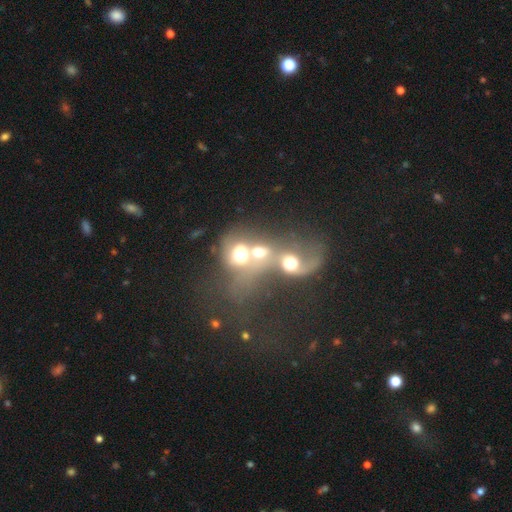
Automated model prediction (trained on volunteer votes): Smooth or featured: featured or disk — 46% (smooth — 33%)
Merging: merger — 78% (major disturbance — 11%)